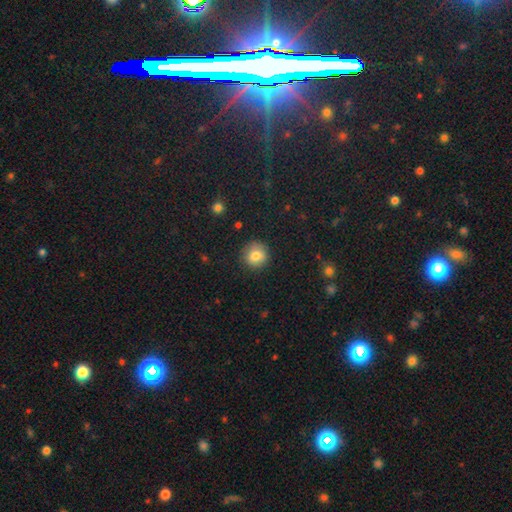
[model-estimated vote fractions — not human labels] Smooth or featured? smooth (82%)
How rounded? round (90%)
Merging? none (87%)